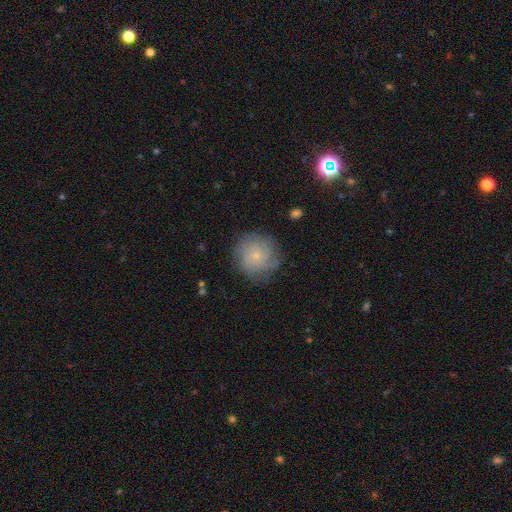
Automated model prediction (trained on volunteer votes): Smooth or featured: featured or disk — 48% (smooth — 42%)
Merging: none — 78% (minor disturbance — 15%)